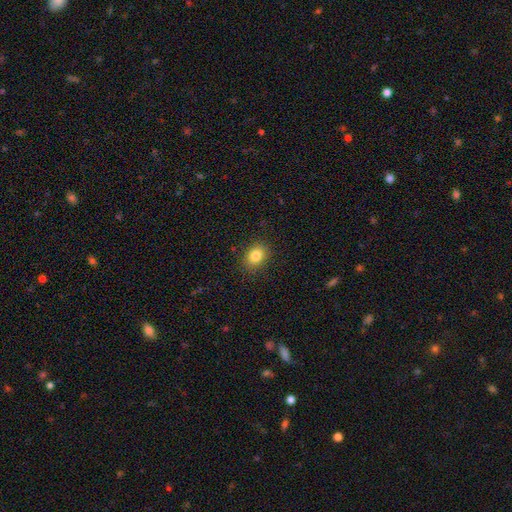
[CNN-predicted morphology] Q: Smooth or featured?
A: smooth (84%); runner-up: star or artifact (10%)
Q: How rounded?
A: in between (59%); runner-up: round (40%)
Q: Merging?
A: none (87%); runner-up: minor disturbance (9%)